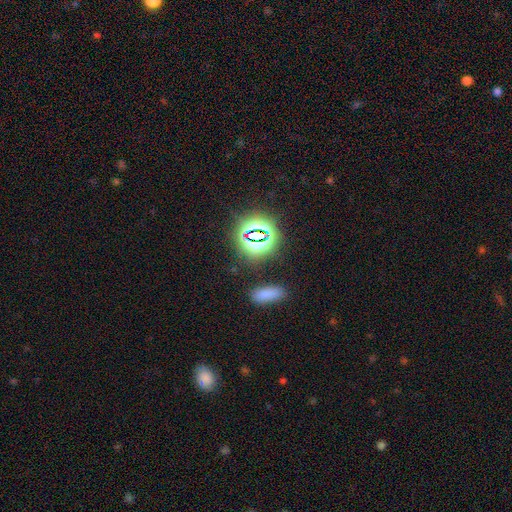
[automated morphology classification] Q: Smooth or featured?
A: star or artifact (58%); runner-up: smooth (34%)